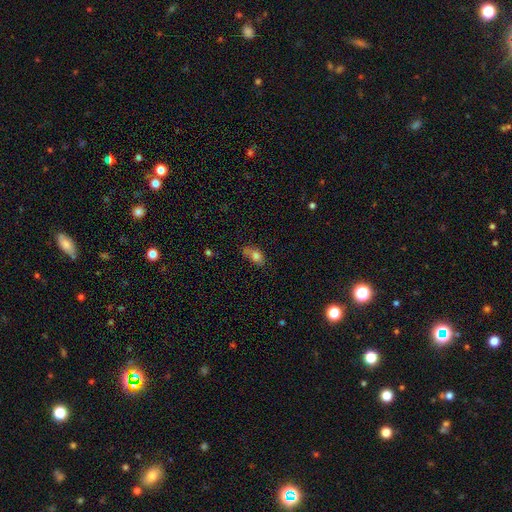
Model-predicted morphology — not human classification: smooth-or-featured: smooth: 77% | featured or disk: 12% | star or artifact: 11%
  how-rounded: in between: 80% | round: 15% | cigar-shaped: 5%
  merging: none: 46% | minor disturbance: 29% | merger: 16% | major disturbance: 10%